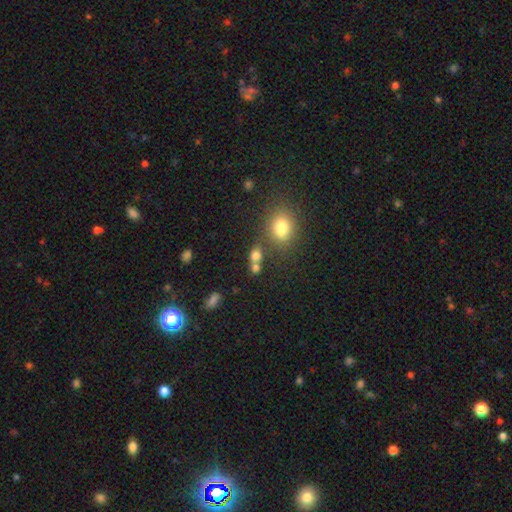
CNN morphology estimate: This is likely a smooth galaxy (74%). How rounded: possibly round (56%). Merging: marginally none (43%).